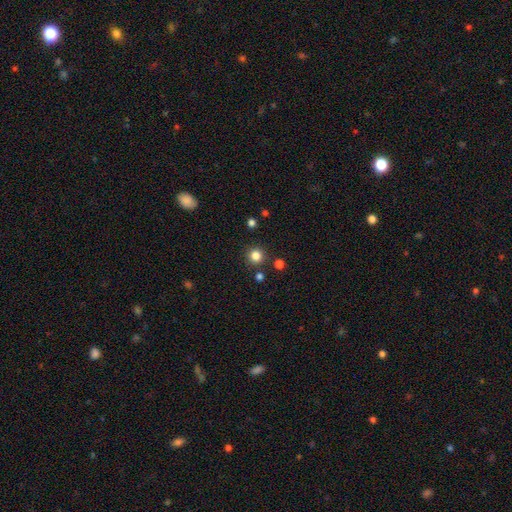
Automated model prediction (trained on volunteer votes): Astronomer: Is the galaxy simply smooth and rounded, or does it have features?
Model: smooth — 82%.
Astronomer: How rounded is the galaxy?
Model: round — 95%.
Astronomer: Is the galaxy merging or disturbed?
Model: none — 88%.